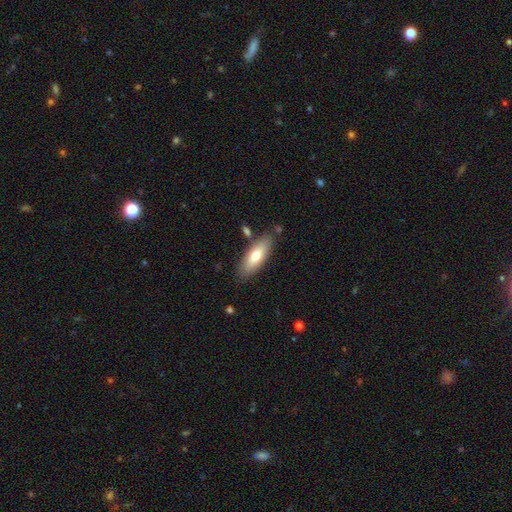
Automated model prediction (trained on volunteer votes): Overall: smooth (71%). How rounded: in between (64%; cigar-shaped 34%). Merging: none (81%).